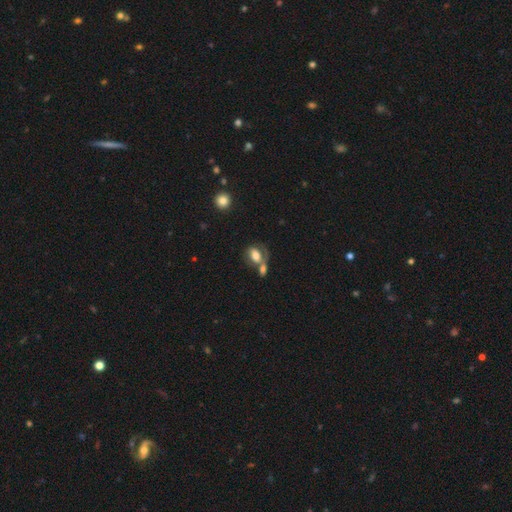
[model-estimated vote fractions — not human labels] A smooth galaxy with no disk features (59%) that is in between round and cigar-shaped (77%).

Vote fractions:
- Smooth or featured? smooth: 59% / featured or disk: 32% / star or artifact: 9%
- How rounded? in between: 77% / round: 21% / cigar-shaped: 2%
- Merging? merger: 45% / none: 31% / minor disturbance: 13% / major disturbance: 10%